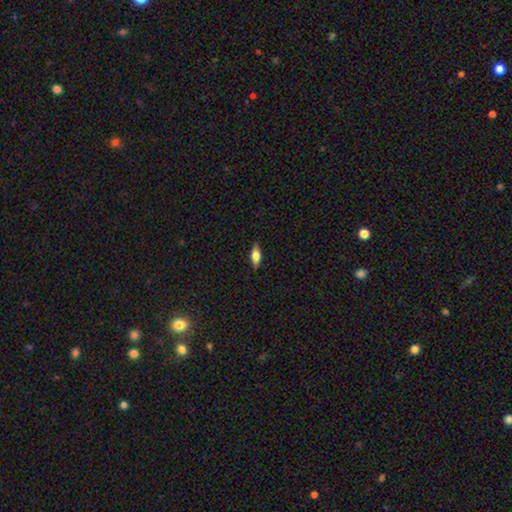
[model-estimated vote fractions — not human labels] The model was most divided on "smooth or featured": smooth: 63%, featured or disk: 29%, star or artifact: 8%. More confident: merging — none (87%); how rounded — in between (70%).